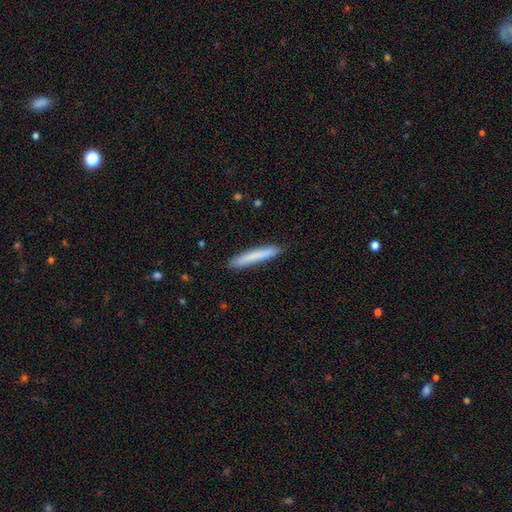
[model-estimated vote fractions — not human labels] This appears to be a smooth galaxy with no disk features (79%) that is cigar-shaped (95%). Merging: none (88%).